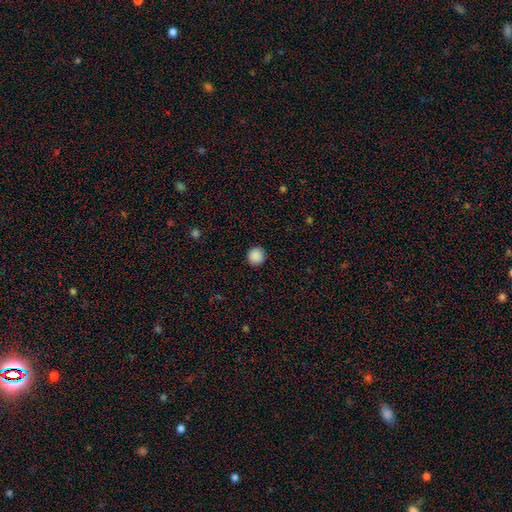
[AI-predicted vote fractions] This appears to be a smooth galaxy with no disk features (89%) that is round (93%). Merging: none (92%).